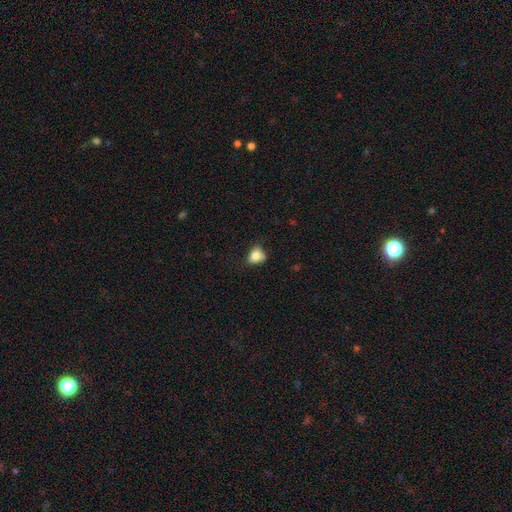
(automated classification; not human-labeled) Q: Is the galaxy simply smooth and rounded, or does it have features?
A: smooth — 82%.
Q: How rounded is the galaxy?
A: in between — 50%.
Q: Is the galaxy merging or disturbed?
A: none — 56%.